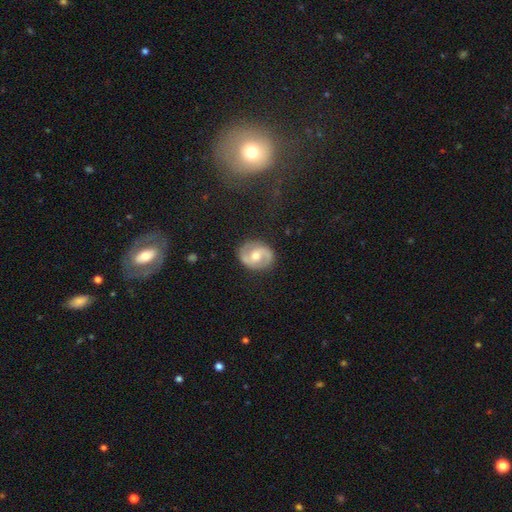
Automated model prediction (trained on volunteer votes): Q: Smooth or featured?
A: featured or disk (73%); runner-up: smooth (21%)
Q: Edge-on disk?
A: no (97%); runner-up: yes (3%)
Q: Bar?
A: weak (45%); runner-up: no (38%)
Q: Spiral arms?
A: yes (86%); runner-up: no (14%)
Q: Spiral winding?
A: medium (51%); runner-up: tight (27%)
Q: Spiral arm count?
A: 2 (91%); runner-up: can't tell (5%)
Q: Bulge size?
A: moderate (74%); runner-up: small (17%)
Q: Merging?
A: none (85%); runner-up: minor disturbance (10%)